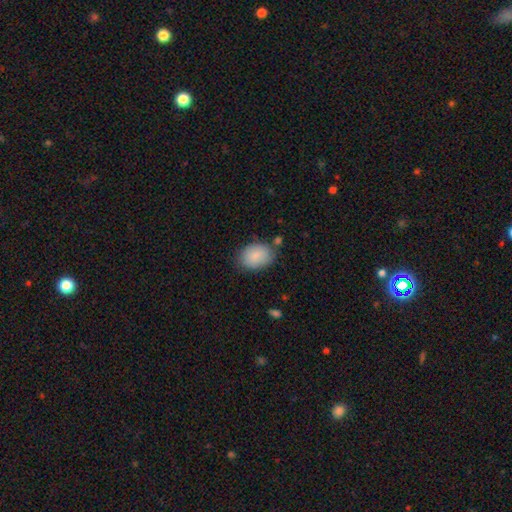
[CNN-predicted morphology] A smooth galaxy with no disk features (88%) that is in between round and cigar-shaped (76%). Merging: none (75%).